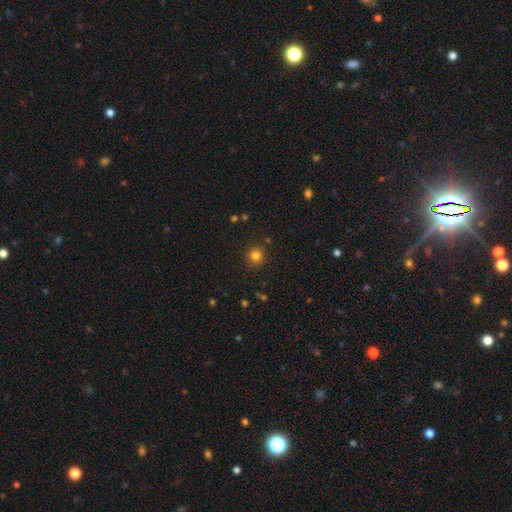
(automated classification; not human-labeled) The model was most divided on "smooth or featured": smooth: 81%, star or artifact: 14%, featured or disk: 5%. More confident: how rounded — round (94%); merging — none (90%).